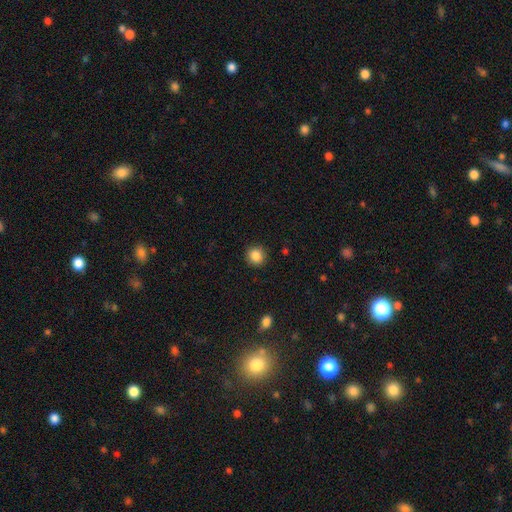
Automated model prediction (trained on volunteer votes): smooth 86%, star or artifact 10%, featured or disk 5%. Down the decision tree: how rounded — round (92%); merging — none (90%).